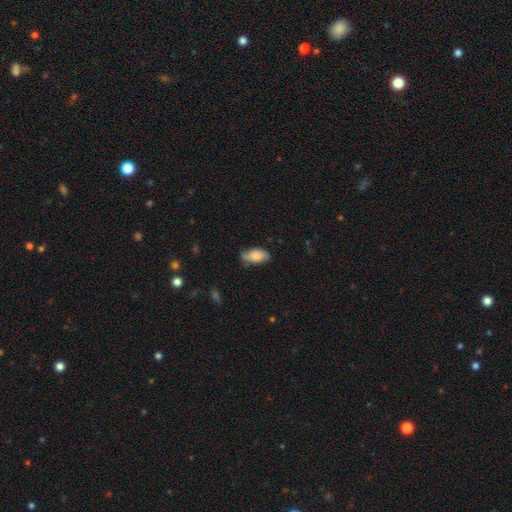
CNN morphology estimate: Smooth or featured? Predicted: smooth (p=0.73). How rounded? Predicted: in between (p=0.91). Merging? Predicted: none (p=0.65).